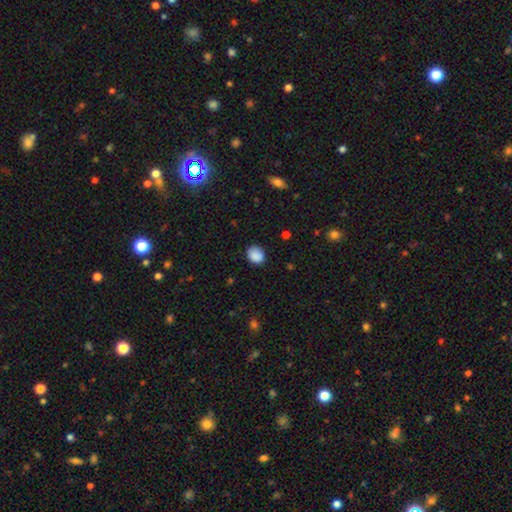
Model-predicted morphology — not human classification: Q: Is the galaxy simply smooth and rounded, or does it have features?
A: smooth — 88%.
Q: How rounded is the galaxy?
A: round — 56%.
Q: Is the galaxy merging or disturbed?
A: none — 80%.